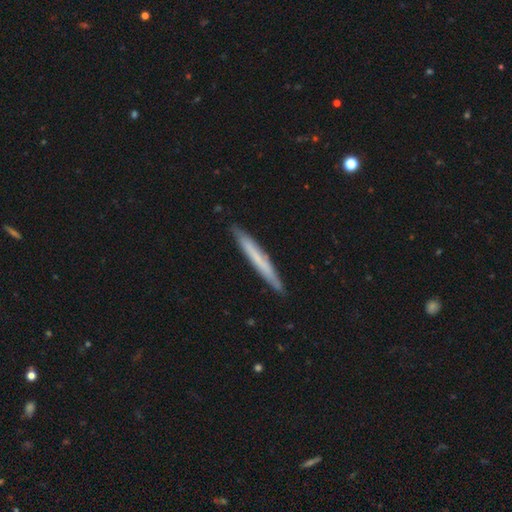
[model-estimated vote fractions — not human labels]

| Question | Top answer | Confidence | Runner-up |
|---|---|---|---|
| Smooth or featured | smooth | 58% | featured or disk (36%) |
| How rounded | cigar-shaped | 97% | in between (2%) |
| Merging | none | 90% | minor disturbance (7%) |